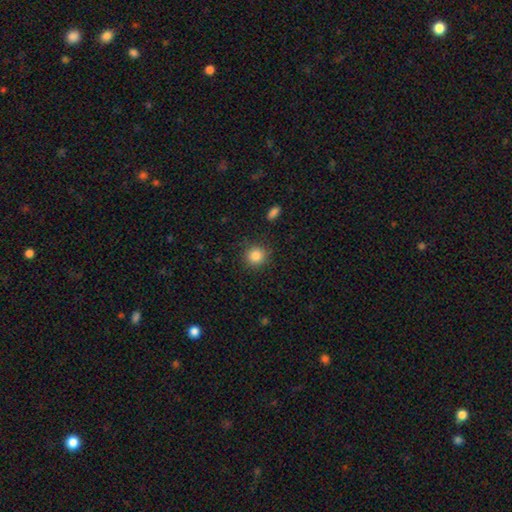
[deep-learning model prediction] The model was most divided on "smooth or featured": smooth: 85%, star or artifact: 10%, featured or disk: 5%. More confident: how rounded — round (90%); merging — none (87%).